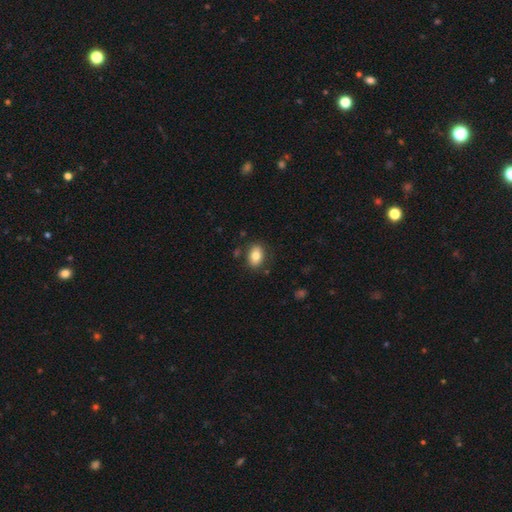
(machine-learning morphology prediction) Smooth or featured? smooth (80%)
How rounded? in between (80%)
Merging? none (83%)